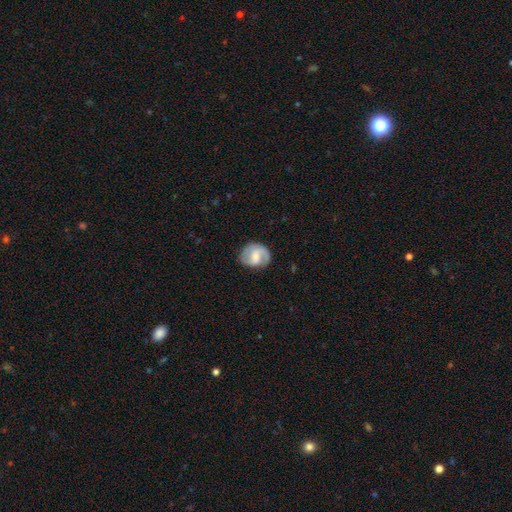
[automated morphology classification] Smooth or featured? featured or disk (64%)
Edge-on disk? no (98%)
Bar? weak (51%)
Spiral arms? yes (90%)
Spiral winding? medium (46%)
Spiral arm count? 2 (76%)
Bulge size? moderate (49%)
Merging? none (76%)